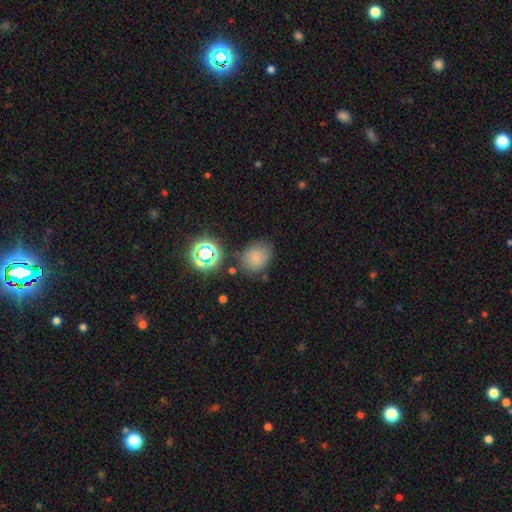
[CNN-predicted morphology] smooth 70%, star or artifact 20%, featured or disk 10%. Down the decision tree: how rounded — round (59%); merging — none (71%).